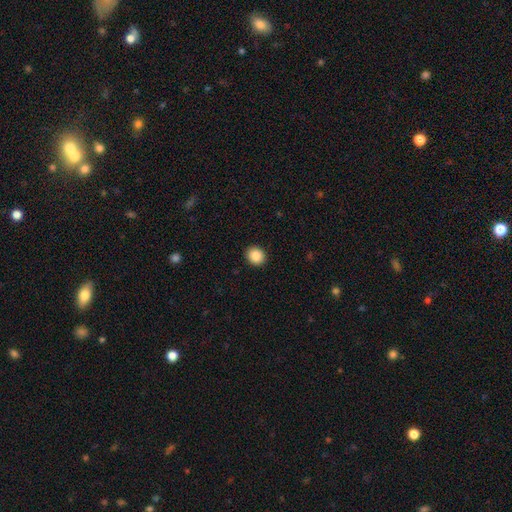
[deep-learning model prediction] The model was most divided on "how rounded": round: 77%, in between: 23%, cigar-shaped: 1%. More confident: merging — none (92%); smooth or featured — smooth (87%).